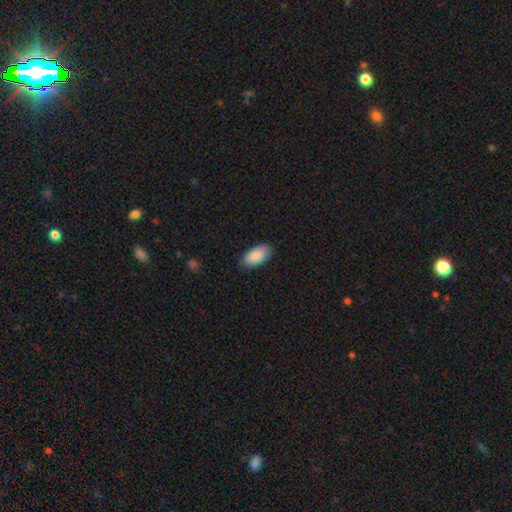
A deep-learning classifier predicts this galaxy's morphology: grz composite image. It shows a smooth galaxy with no disk features (89%) that is in between round and cigar-shaped (94%). Merging: none (84%).